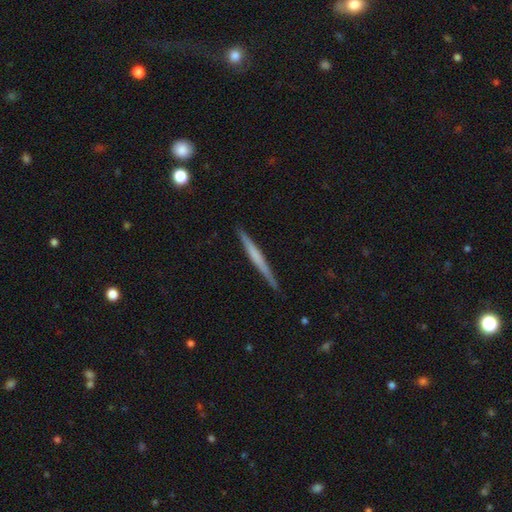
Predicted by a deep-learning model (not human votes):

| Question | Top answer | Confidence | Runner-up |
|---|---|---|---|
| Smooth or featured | featured or disk | 51% | smooth (44%) |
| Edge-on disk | yes | 97% | no (3%) |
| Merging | none | 89% | minor disturbance (9%) |